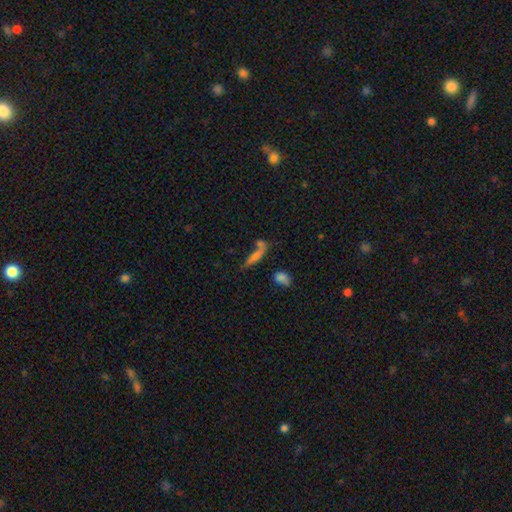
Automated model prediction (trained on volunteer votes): smooth-or-featured: smooth: 60% | featured or disk: 25% | star or artifact: 15%
  how-rounded: cigar-shaped: 66% | in between: 29% | round: 5%
  merging: none: 43% | merger: 32% | minor disturbance: 14% | major disturbance: 10%